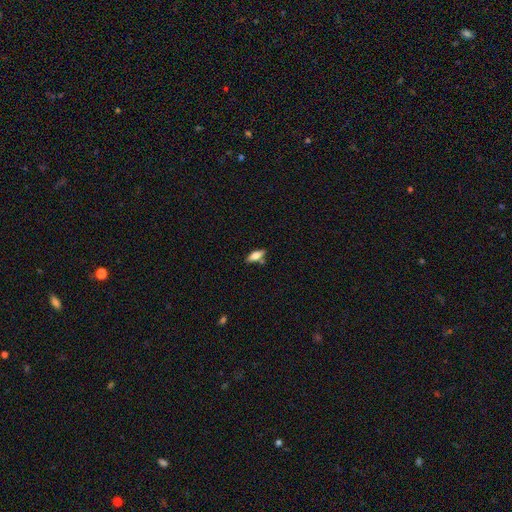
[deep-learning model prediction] smooth_or_featured: smooth (p=0.70) [alt: featured or disk p=0.23]
how_rounded: in between (p=0.70) [alt: cigar-shaped p=0.28]
merging: none (p=0.75) [alt: minor disturbance p=0.14]